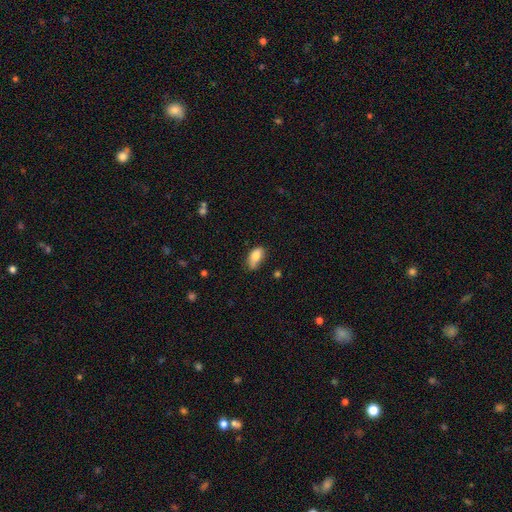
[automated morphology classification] type=smooth (82%); roundness=in between (91%); merging=none (50%).